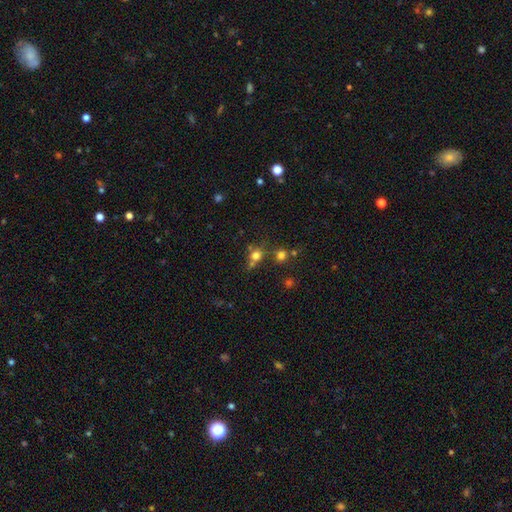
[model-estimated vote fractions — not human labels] Smooth or featured? smooth (69%)
How rounded? round (83%)
Merging? none (56%)